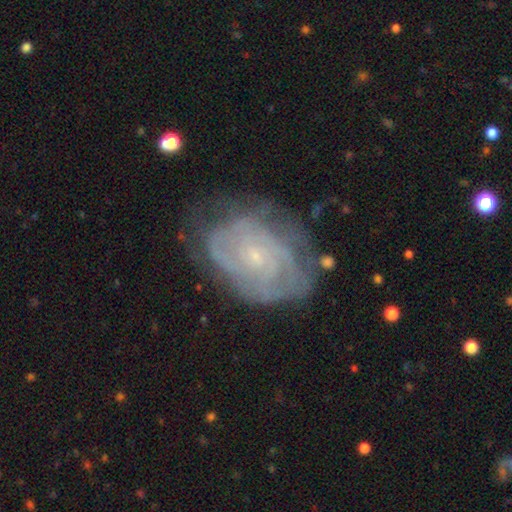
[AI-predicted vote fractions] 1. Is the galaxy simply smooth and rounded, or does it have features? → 77% featured or disk, 16% smooth, 8% star or artifact.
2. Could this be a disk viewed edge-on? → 96% no, 4% yes.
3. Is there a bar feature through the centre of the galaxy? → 75% no, 22% weak, 4% strong.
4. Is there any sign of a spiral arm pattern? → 85% yes, 15% no.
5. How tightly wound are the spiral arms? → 67% tight, 25% medium, 7% loose.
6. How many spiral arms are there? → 52% can't tell, 17% 2, 13% 3, 9% 4, 5% more than 4, 5% 1.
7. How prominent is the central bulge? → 79% small, 14% moderate, 4% none, 1% large, 1% dominant.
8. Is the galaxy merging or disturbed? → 63% none, 24% minor disturbance, 11% major disturbance, 2% merger.